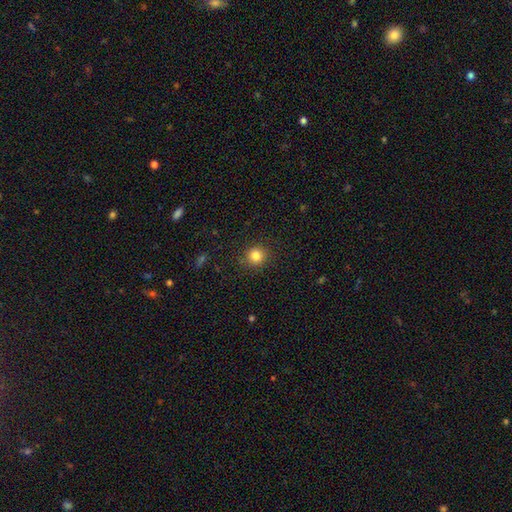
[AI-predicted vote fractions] smooth 84%, star or artifact 11%, featured or disk 5%. Down the decision tree: how rounded — round (91%); merging — none (88%).